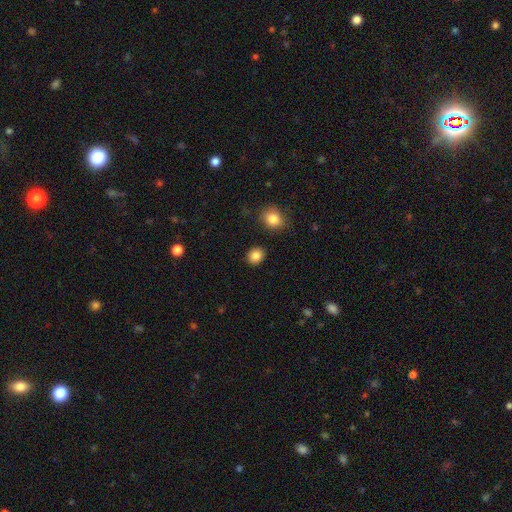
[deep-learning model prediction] A smooth galaxy with no disk features (86%) that is round (72%).

Vote fractions:
- Smooth or featured? smooth: 86% / star or artifact: 10% / featured or disk: 4%
- How rounded? round: 72% / in between: 27% / cigar-shaped: 1%
- Merging? none: 89% / minor disturbance: 7% / merger: 2% / major disturbance: 2%